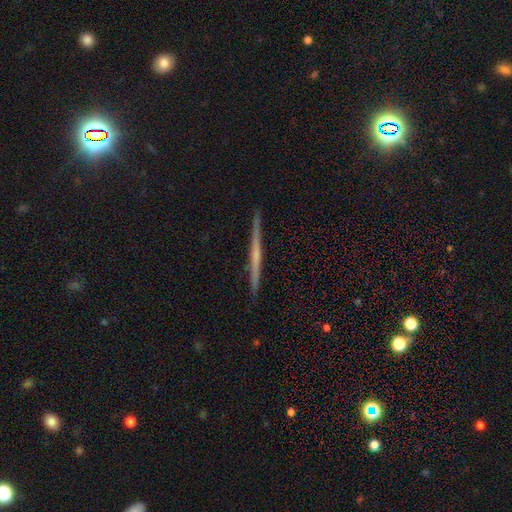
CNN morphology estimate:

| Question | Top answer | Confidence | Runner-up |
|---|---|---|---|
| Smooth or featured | featured or disk | 67% | smooth (27%) |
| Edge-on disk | yes | 98% | no (2%) |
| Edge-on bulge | none | 70% | rounded (23%) |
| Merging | none | 92% | minor disturbance (6%) |